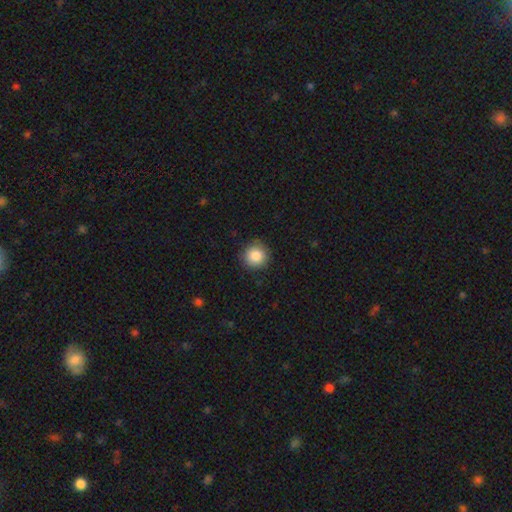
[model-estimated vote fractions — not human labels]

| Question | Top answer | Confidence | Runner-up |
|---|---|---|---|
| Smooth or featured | smooth | 86% | star or artifact (9%) |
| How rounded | round | 94% | in between (5%) |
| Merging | none | 88% | minor disturbance (9%) |